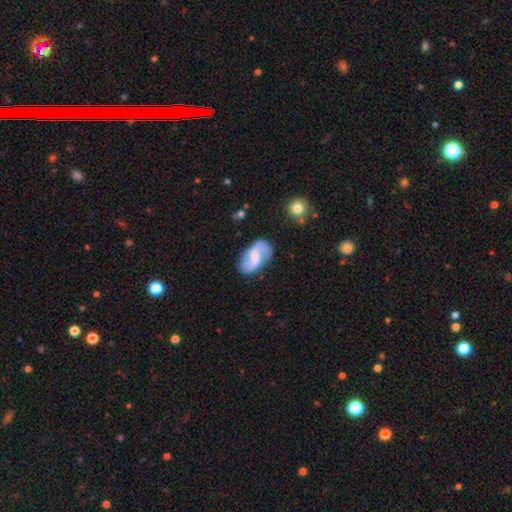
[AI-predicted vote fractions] A featured or disk galaxy (66%) with a weak bar (52%), 2 (86%) loose (52%) spiral arms (88%) and a moderate central bulge (34%).

Vote fractions:
- Smooth or featured? featured or disk: 66% / smooth: 28% / star or artifact: 6%
- Edge-on disk? no: 97% / yes: 3%
- Bar? weak: 52% / no: 28% / strong: 20%
- Spiral arms? yes: 88% / no: 12%
- Spiral winding? loose: 52% / medium: 36% / tight: 12%
- Spiral arm count? 2: 86% / can't tell: 7% / 1: 3% / 3: 1% / 4: 1% / more than 4: 1%
- Bulge size? moderate: 34% / none: 26% / small: 24% / large: 14% / dominant: 2%
- Merging? none: 70% / minor disturbance: 20% / major disturbance: 7% / merger: 3%